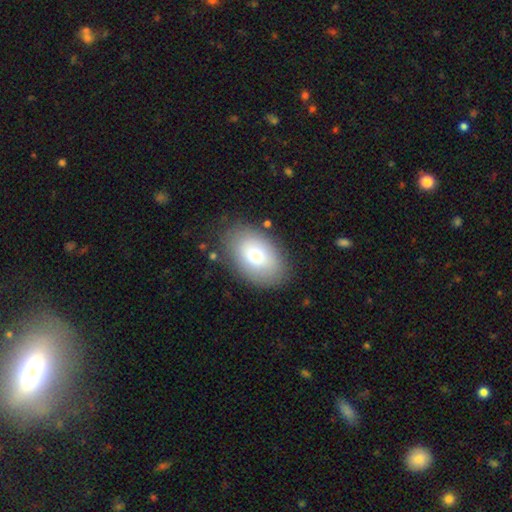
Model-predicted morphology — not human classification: Overall: smooth (72%). How rounded: in between (87%). Merging: none (82%).